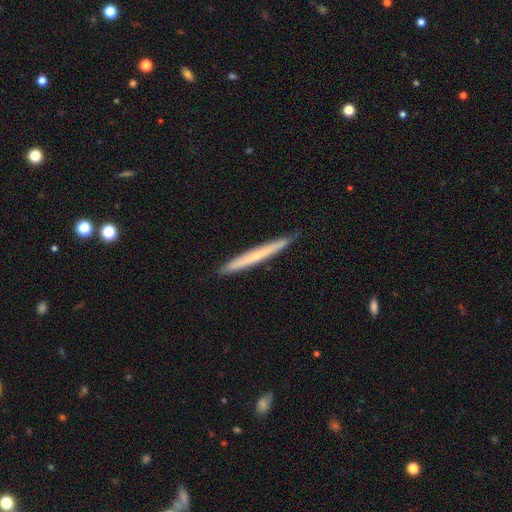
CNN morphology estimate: smooth 53%, featured or disk 41%, star or artifact 6%. Down the decision tree: how rounded — cigar-shaped (97%); merging — none (89%).